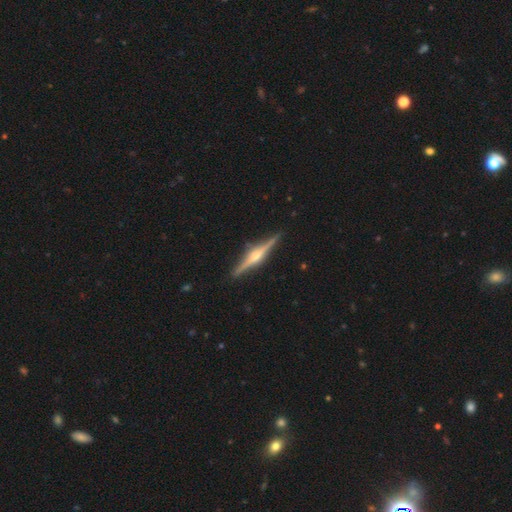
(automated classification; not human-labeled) smooth_or_featured: featured or disk (p=0.83) [alt: smooth p=0.12]
disk_edge_on: yes (p=0.98) [alt: no p=0.02]
edge_on_bulge: rounded (p=0.90) [alt: boxy p=0.06]
merging: none (p=0.91) [alt: minor disturbance p=0.07]